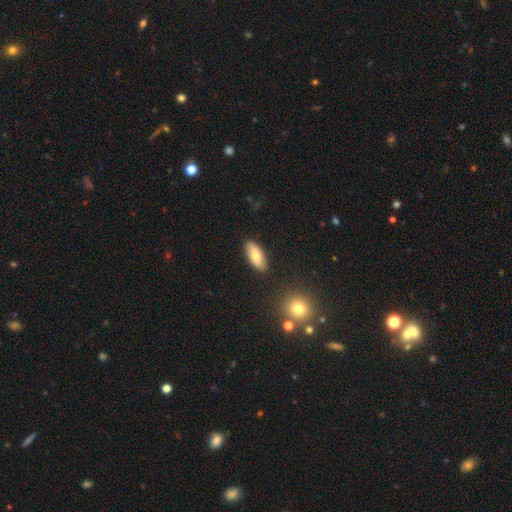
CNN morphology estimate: Overall: smooth (75%). How rounded: in between (83%). Merging: none (87%).